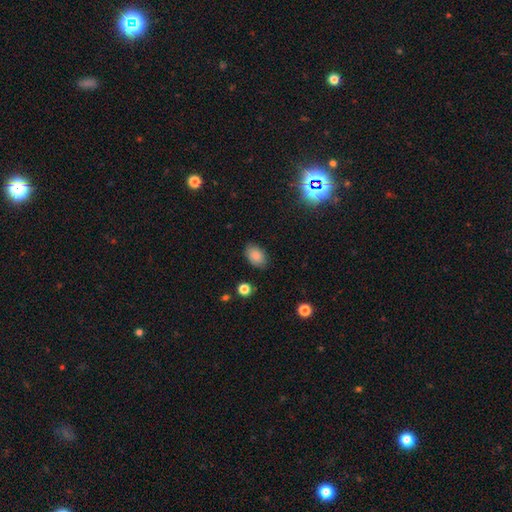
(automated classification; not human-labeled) This is clearly a smooth galaxy (84%). How rounded: clearly in between (85%). Merging: clearly none (81%).